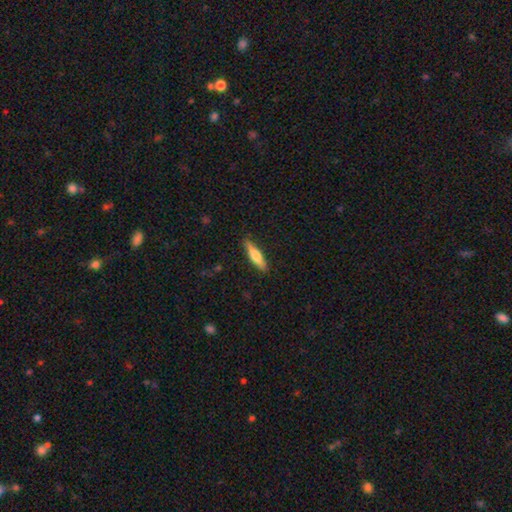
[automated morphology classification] A smooth galaxy with no disk features (58%) that is cigar-shaped (76%). Merging: none (88%).